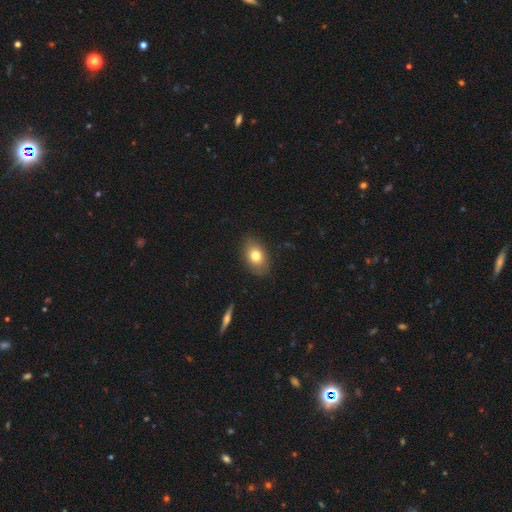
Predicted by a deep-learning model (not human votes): This appears to be a smooth galaxy with no disk features (76%) that is in between round and cigar-shaped (82%). Merging: none (86%).